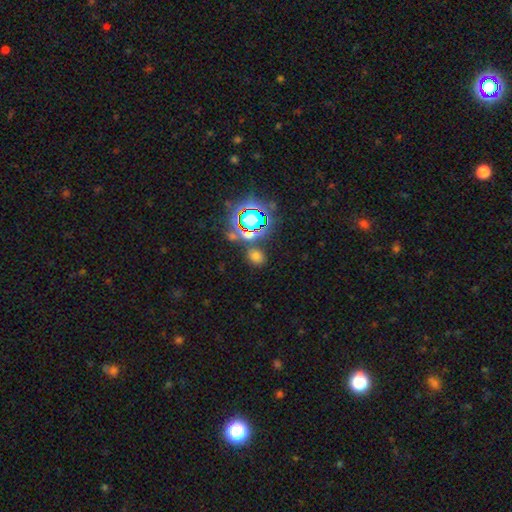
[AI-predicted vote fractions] Smooth or featured: smooth — 59% (star or artifact — 34%)
How rounded: round — 51% (in between — 47%)
Merging: none — 78% (minor disturbance — 10%)